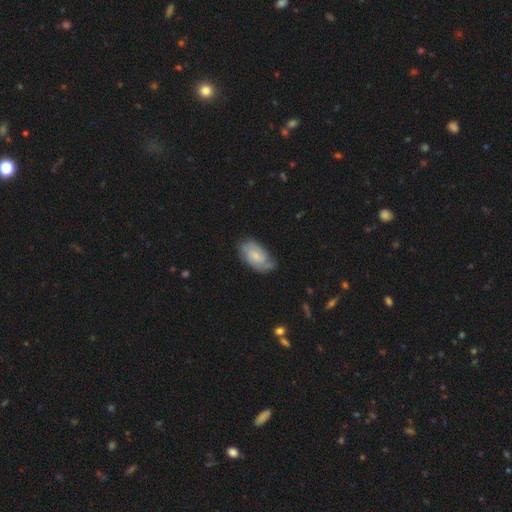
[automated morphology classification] type=featured or disk (55%); edge-on=no (95%); bar=no (61%); spiral arms=yes (87%); bulge=small (55%); merging=none (63%).